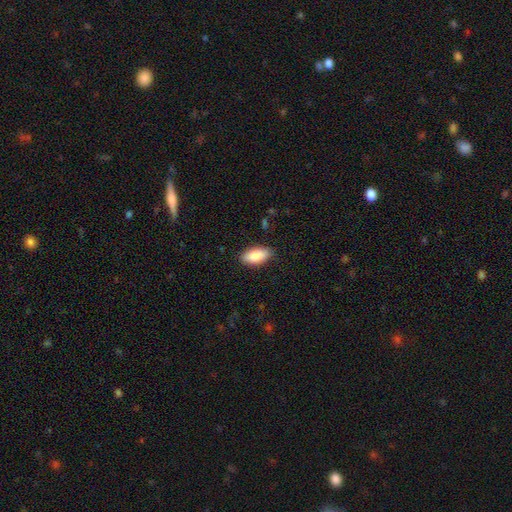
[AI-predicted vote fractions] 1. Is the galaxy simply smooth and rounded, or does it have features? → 88% smooth, 6% star or artifact, 6% featured or disk.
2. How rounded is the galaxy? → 92% in between, 5% cigar-shaped, 2% round.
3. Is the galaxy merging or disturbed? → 86% none, 11% minor disturbance, 2% major disturbance, 1% merger.